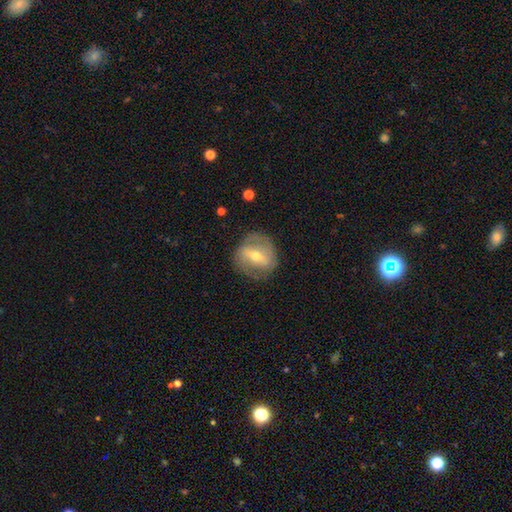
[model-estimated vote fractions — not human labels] Morphology: type=featured or disk (70%); edge-on=no (95%); bar=strong (42%); spiral arms=yes (72%); bulge=moderate (65%); merging=none (76%).